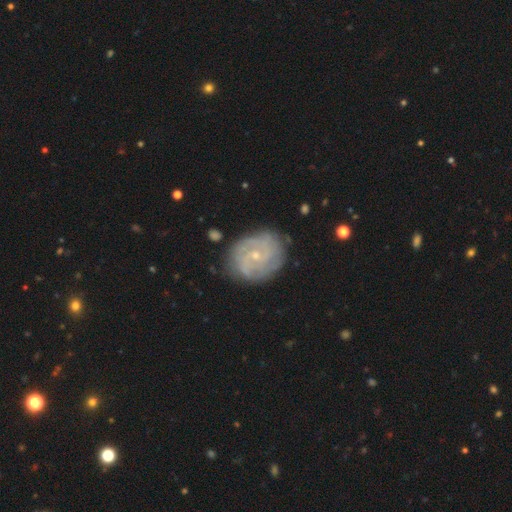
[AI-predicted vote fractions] This appears to be a featured or disk galaxy (81%) with no bar (61%), 2 (32%) tight (62%) spiral arms (94%) and a small central bulge (77%). Merging: none (80%).